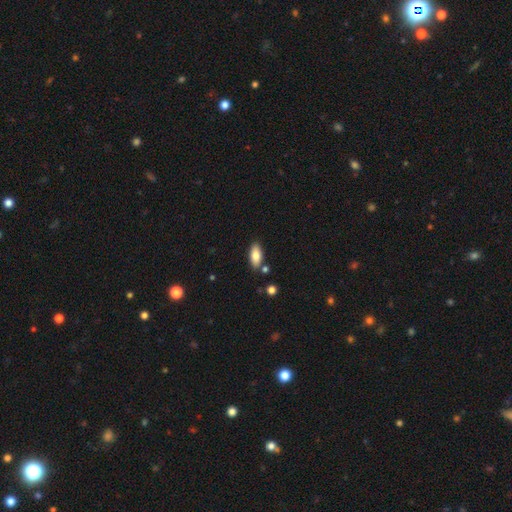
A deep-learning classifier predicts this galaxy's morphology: This appears to be a smooth galaxy with no disk features (82%) that is in between round and cigar-shaped (87%). Merging: none (81%).